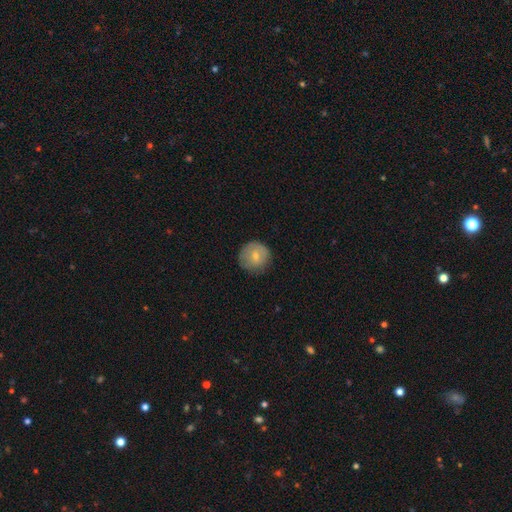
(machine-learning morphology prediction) The model was most divided on "smooth or featured": smooth: 71%, featured or disk: 21%, star or artifact: 8%. More confident: how rounded — round (93%); merging — none (79%).